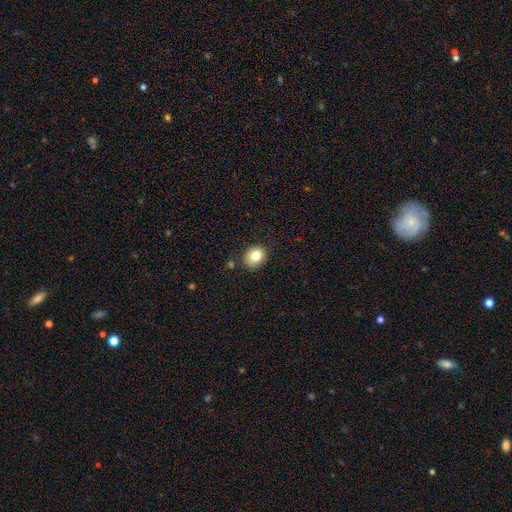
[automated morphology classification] Overall: smooth (81%). How rounded: round (59%; in between 40%). Merging: none (83%).